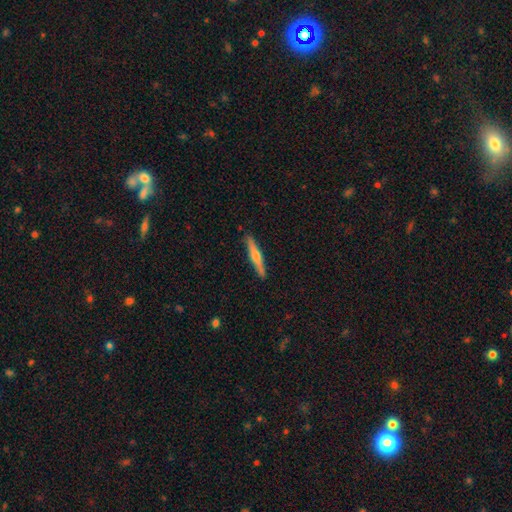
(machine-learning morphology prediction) Smooth or featured: featured or disk — 60% (smooth — 34%)
Edge-on disk: yes — 97% (no — 3%)
Edge-on bulge: rounded — 85% (none — 8%)
Merging: none — 91% (minor disturbance — 6%)